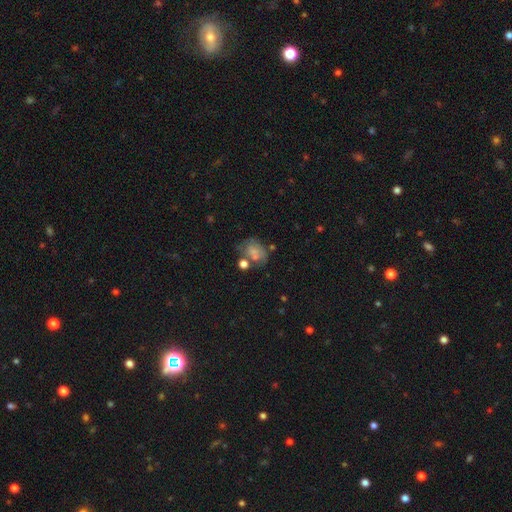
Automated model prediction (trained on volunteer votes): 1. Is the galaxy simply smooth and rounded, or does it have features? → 44% smooth, 30% star or artifact, 25% featured or disk.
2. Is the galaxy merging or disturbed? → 55% none, 20% minor disturbance, 14% merger, 11% major disturbance.